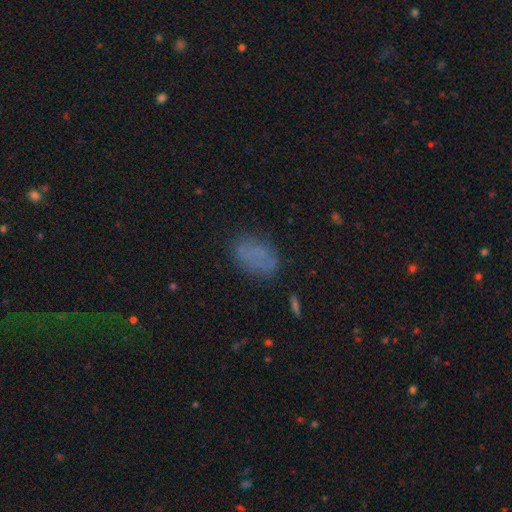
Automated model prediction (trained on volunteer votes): smooth_or_featured: smooth (p=0.70) [alt: star or artifact p=0.15]
how_rounded: in between (p=0.88) [alt: round p=0.10]
merging: none (p=0.74) [alt: minor disturbance p=0.17]